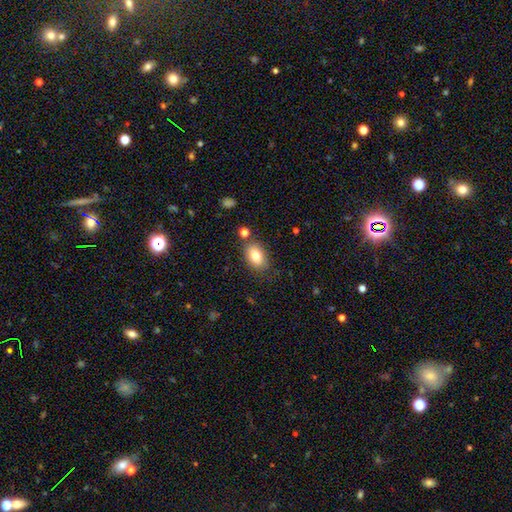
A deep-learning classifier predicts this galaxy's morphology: A smooth galaxy with no disk features (80%) that is in between round and cigar-shaped (86%). Merging: none (79%).